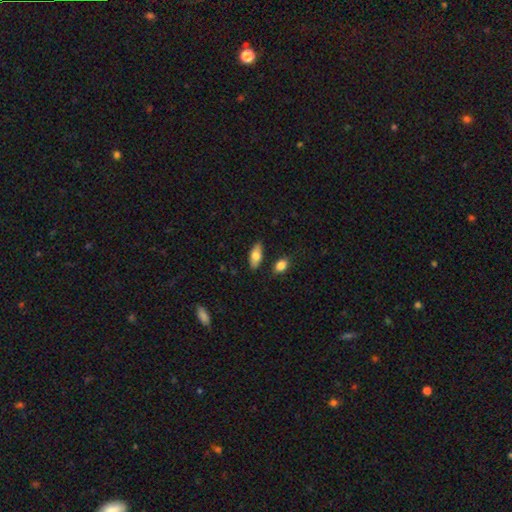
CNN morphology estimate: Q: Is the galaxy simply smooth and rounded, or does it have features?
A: smooth — 73%.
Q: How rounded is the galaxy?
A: in between — 82%.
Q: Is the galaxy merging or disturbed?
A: none — 82%.